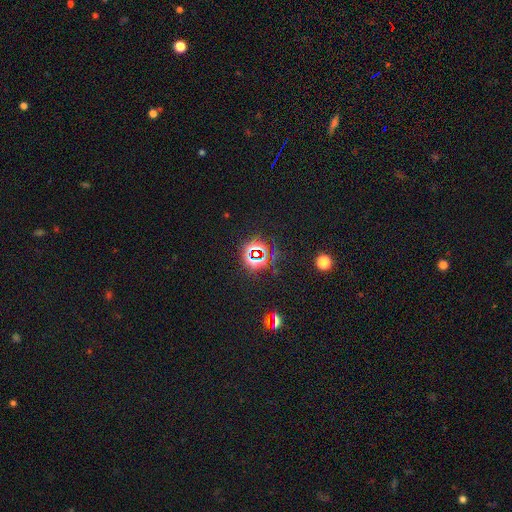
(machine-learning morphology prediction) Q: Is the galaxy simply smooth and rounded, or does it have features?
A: star or artifact — 76%.